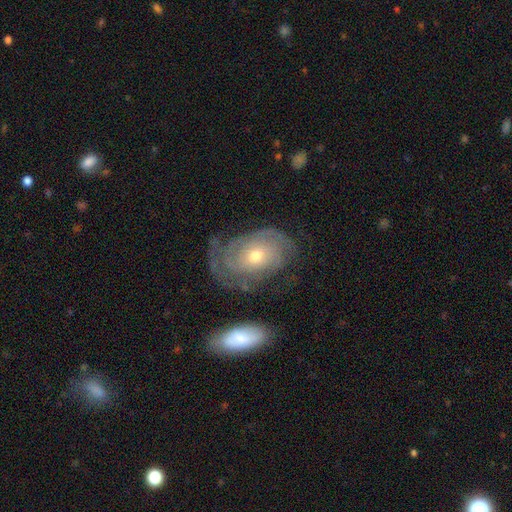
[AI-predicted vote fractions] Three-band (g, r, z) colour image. It shows a featured or disk galaxy (80%) with no bar (79%), tight (71%) spiral arms (92%) and a moderate central bulge (53%). Merging: none (64%).